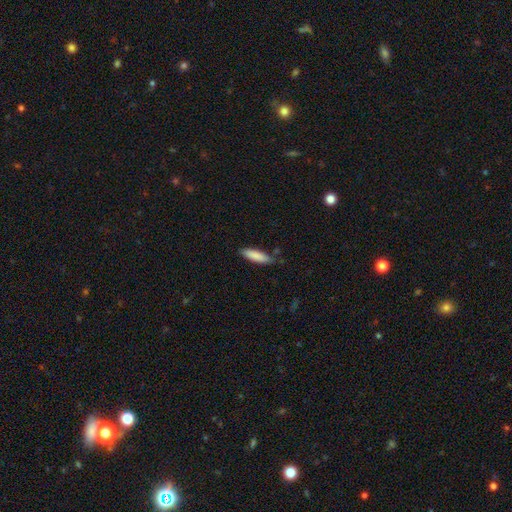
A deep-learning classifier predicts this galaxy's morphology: Overall: smooth (86%). How rounded: cigar-shaped (62%; in between 36%). Merging: none (78%).